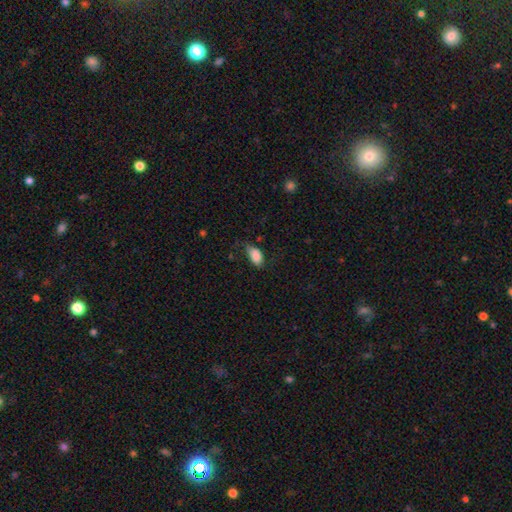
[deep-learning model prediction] A smooth galaxy with no disk features (85%) that is in between round and cigar-shaped (92%). Merging: none (58%).